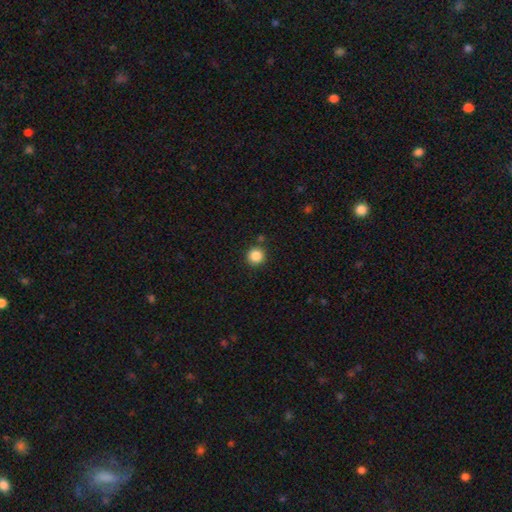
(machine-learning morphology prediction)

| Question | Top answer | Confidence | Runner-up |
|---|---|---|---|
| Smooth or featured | smooth | 86% | star or artifact (11%) |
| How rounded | round | 95% | in between (5%) |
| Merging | none | 88% | minor disturbance (7%) |